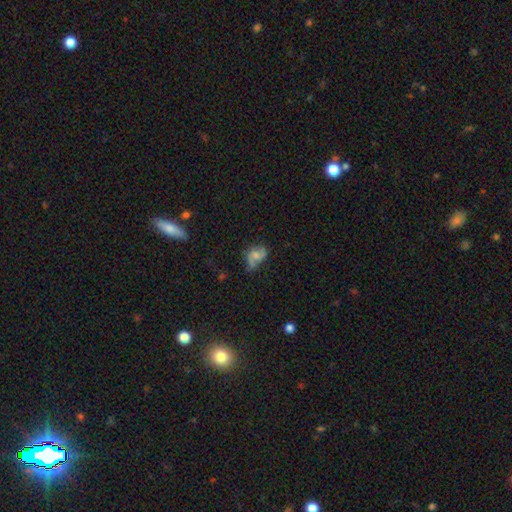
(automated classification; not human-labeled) Q: Smooth or featured?
A: featured or disk (51%); runner-up: smooth (39%)
Q: Edge-on disk?
A: no (97%); runner-up: yes (3%)
Q: Merging?
A: none (42%); runner-up: minor disturbance (31%)